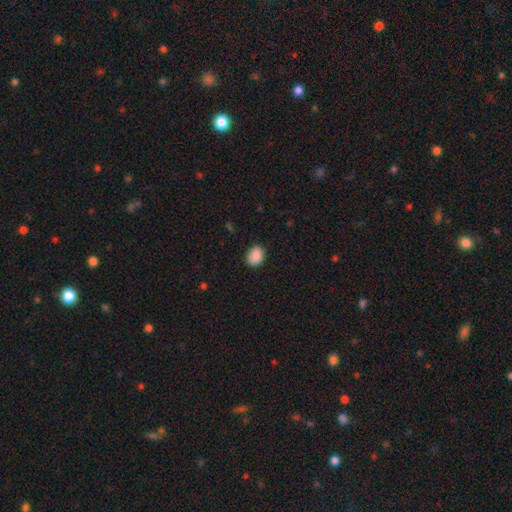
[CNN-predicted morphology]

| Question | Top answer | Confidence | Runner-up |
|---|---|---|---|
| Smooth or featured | smooth | 89% | star or artifact (8%) |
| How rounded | in between | 55% | round (44%) |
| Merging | none | 85% | minor disturbance (12%) |